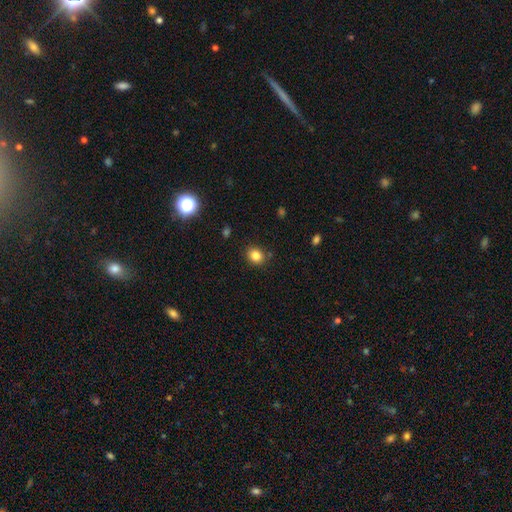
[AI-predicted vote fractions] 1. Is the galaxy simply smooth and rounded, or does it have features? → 83% smooth, 11% star or artifact, 6% featured or disk.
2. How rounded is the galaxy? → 65% round, 34% in between, 1% cigar-shaped.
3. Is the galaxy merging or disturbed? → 85% none, 10% minor disturbance, 3% major disturbance, 3% merger.